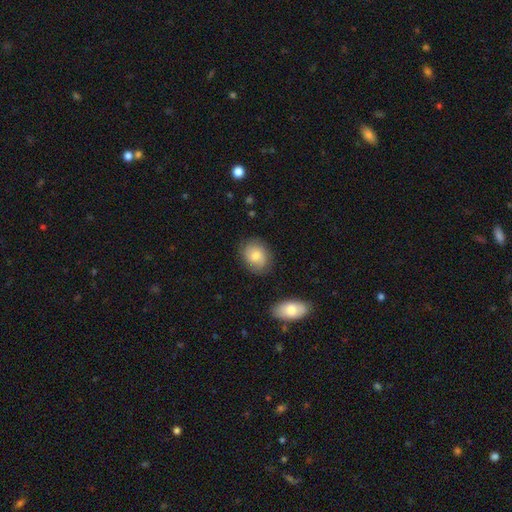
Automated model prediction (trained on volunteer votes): smooth_or_featured: smooth (p=0.75) [alt: featured or disk p=0.18]
how_rounded: in between (p=0.50) [alt: round p=0.49]
merging: none (p=0.80) [alt: minor disturbance p=0.14]